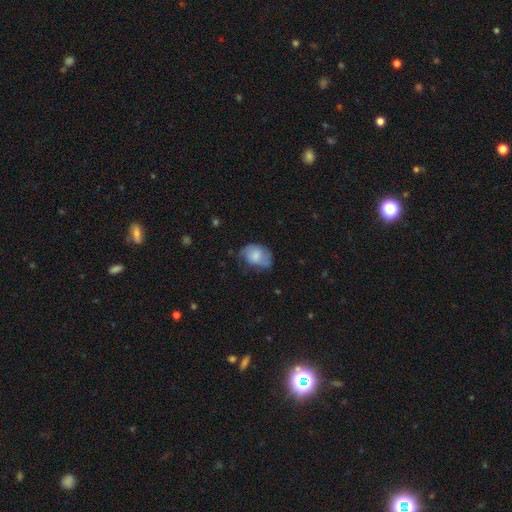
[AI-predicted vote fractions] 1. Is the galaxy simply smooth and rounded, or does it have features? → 64% smooth, 28% featured or disk, 7% star or artifact.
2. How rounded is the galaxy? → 77% in between, 22% round, 1% cigar-shaped.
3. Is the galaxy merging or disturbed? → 47% none, 36% minor disturbance, 15% major disturbance, 2% merger.